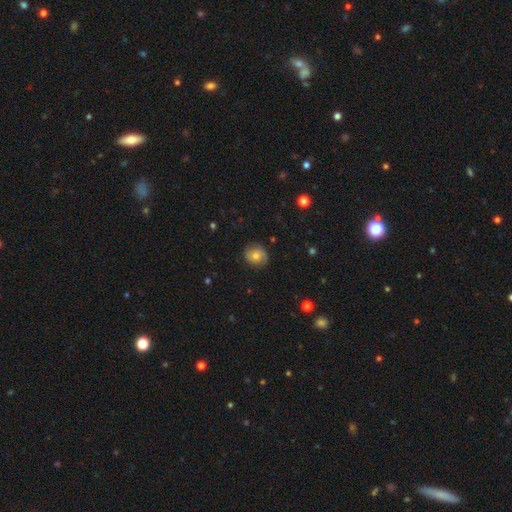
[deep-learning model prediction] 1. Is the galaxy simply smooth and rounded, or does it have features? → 66% smooth, 24% featured or disk, 10% star or artifact.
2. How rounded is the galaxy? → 79% round, 20% in between, 1% cigar-shaped.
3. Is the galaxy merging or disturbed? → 83% none, 13% minor disturbance, 3% major disturbance, 1% merger.